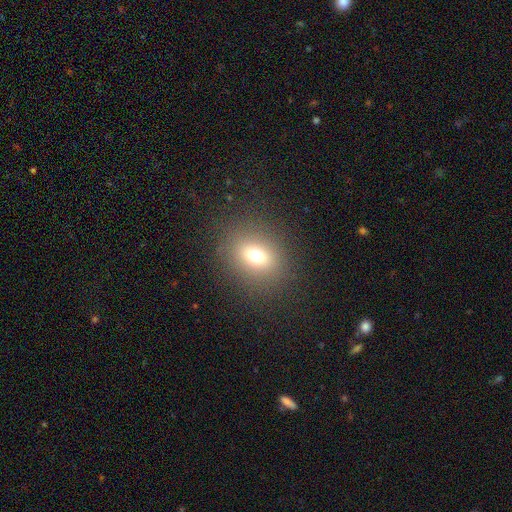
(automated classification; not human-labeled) This is likely a smooth galaxy (69%). How rounded: possibly round (60%). Merging: clearly none (86%).